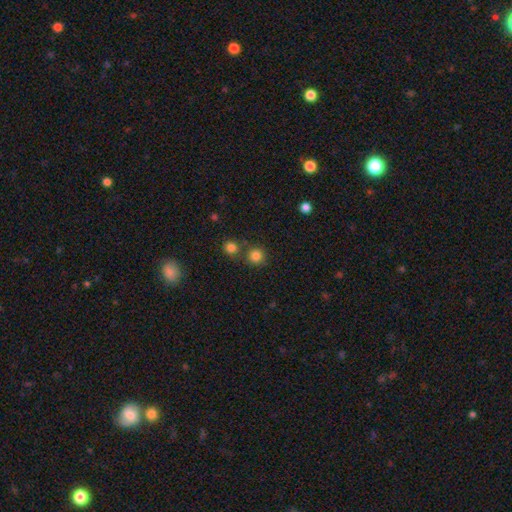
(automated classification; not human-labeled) Morphology: type=smooth (82%); roundness=round (92%); merging=none (72%).